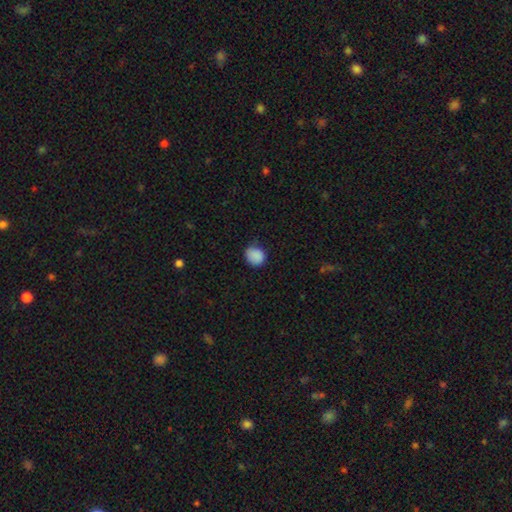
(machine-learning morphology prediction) Smooth or featured? smooth (88%)
How rounded? round (73%)
Merging? none (71%)